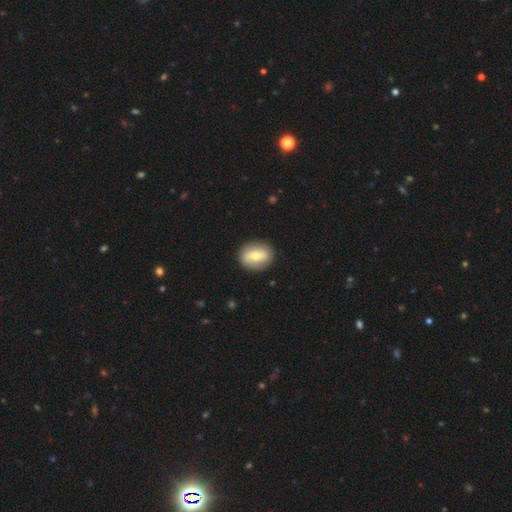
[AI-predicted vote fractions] A smooth galaxy with no disk features (58%) that is in between round and cigar-shaped (56%).

Vote fractions:
- Smooth or featured? smooth: 58% / featured or disk: 35% / star or artifact: 7%
- How rounded? in between: 56% / round: 42% / cigar-shaped: 2%
- Merging? none: 87% / minor disturbance: 9% / major disturbance: 3% / merger: 1%